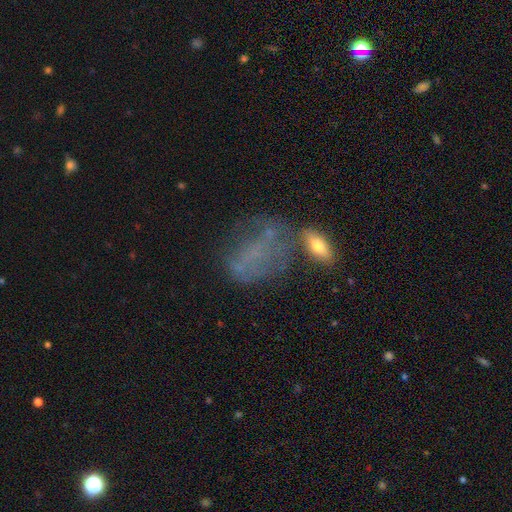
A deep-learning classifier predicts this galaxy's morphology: smooth-or-featured: smooth: 40% | featured or disk: 39% | star or artifact: 21%
  merging: none: 34% | major disturbance: 26% | merger: 20% | minor disturbance: 20%